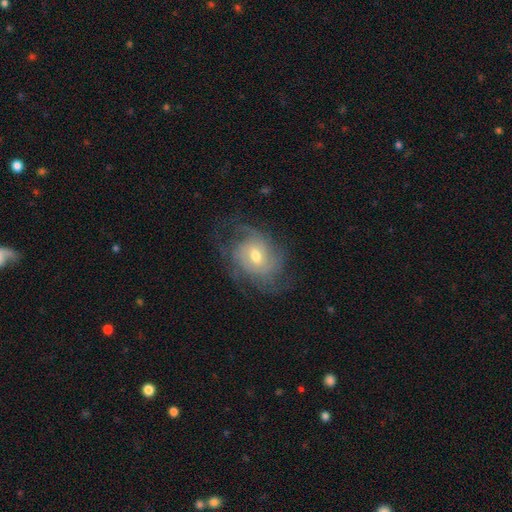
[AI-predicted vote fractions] smooth_or_featured: featured or disk (p=0.76) [alt: smooth p=0.16]
disk_edge_on: no (p=0.96) [alt: yes p=0.04]
bar: no (p=0.61) [alt: weak p=0.33]
has_spiral_arms: yes (p=0.89) [alt: no p=0.11]
spiral_winding: tight (p=0.48) [alt: medium p=0.36]
spiral_arm_count: can't tell (p=0.41) [alt: 2 p=0.19]
bulge_size: moderate (p=0.63) [alt: small p=0.31]
merging: none (p=0.62) [alt: minor disturbance p=0.20]